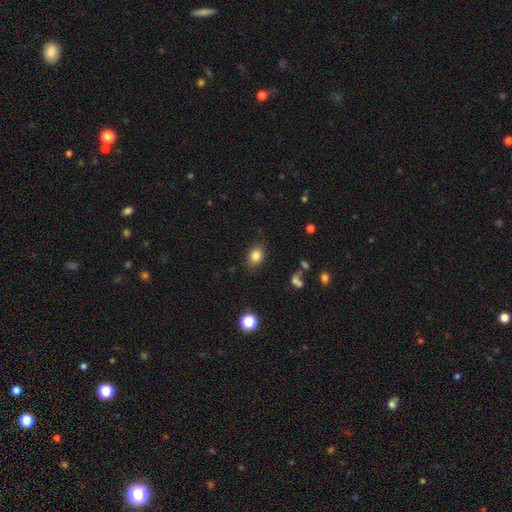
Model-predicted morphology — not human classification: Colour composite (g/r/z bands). It shows a smooth galaxy with no disk features (84%) that is in between round and cigar-shaped (73%). Merging: none (83%).